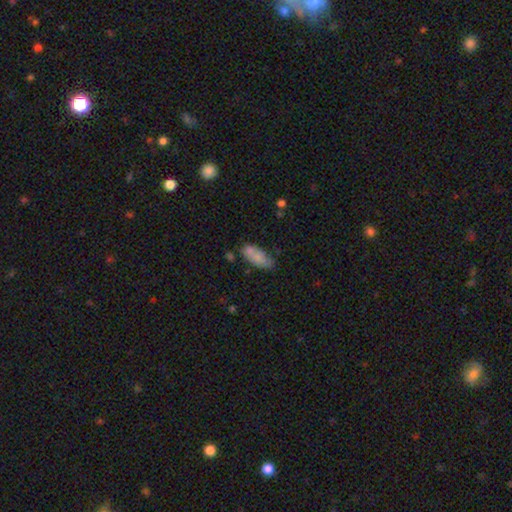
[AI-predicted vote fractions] A smooth galaxy with no disk features (76%) that is in between round and cigar-shaped (81%).

Vote fractions:
- Smooth or featured? smooth: 76% / featured or disk: 15% / star or artifact: 9%
- How rounded? in between: 81% / cigar-shaped: 16% / round: 3%
- Merging? none: 53% / minor disturbance: 26% / merger: 13% / major disturbance: 8%